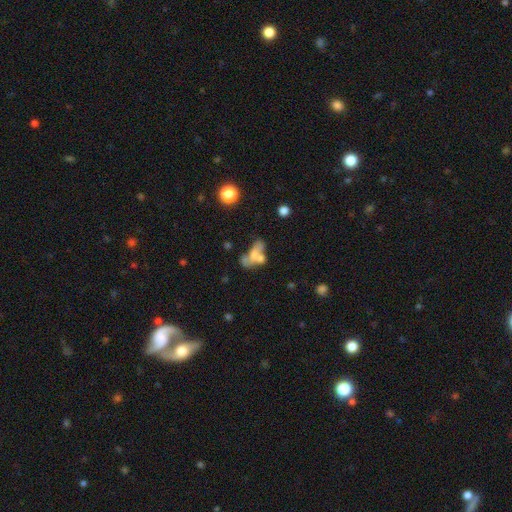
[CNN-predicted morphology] This appears to be a smooth galaxy with no disk features (47%). Merging: merger (50%).